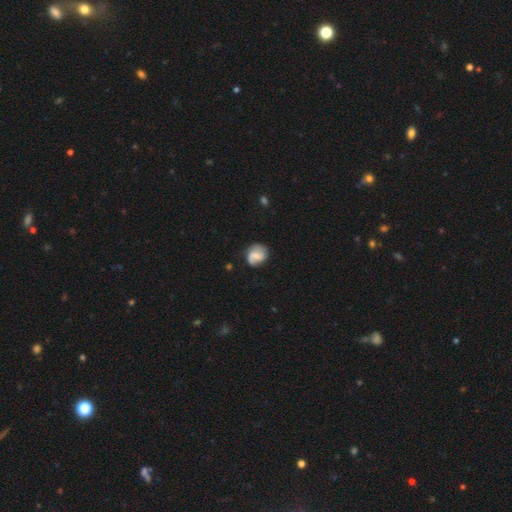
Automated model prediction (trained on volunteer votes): Smooth or featured? Predicted: featured or disk (p=0.48). Merging? Predicted: none (p=0.66).